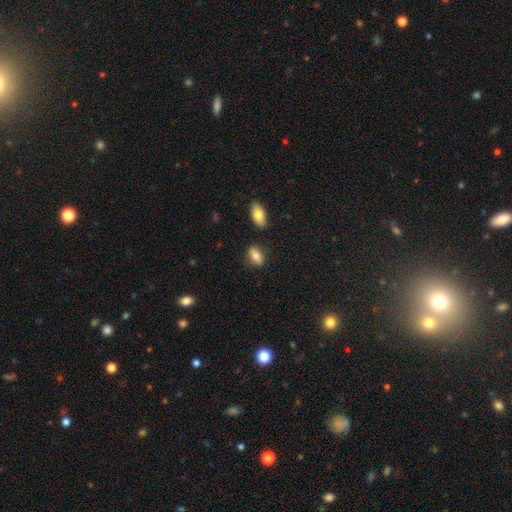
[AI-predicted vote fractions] Smooth or featured? Predicted: smooth (p=0.78). How rounded? Predicted: in between (p=0.84). Merging? Predicted: none (p=0.79).